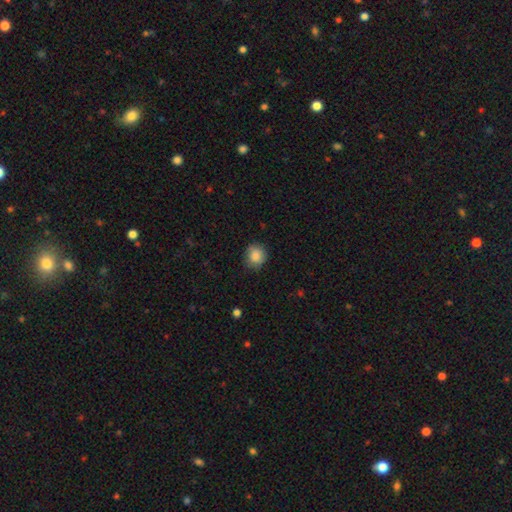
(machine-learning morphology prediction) Q: Smooth or featured?
A: smooth (87%); runner-up: star or artifact (9%)
Q: How rounded?
A: round (83%); runner-up: in between (16%)
Q: Merging?
A: none (82%); runner-up: minor disturbance (14%)